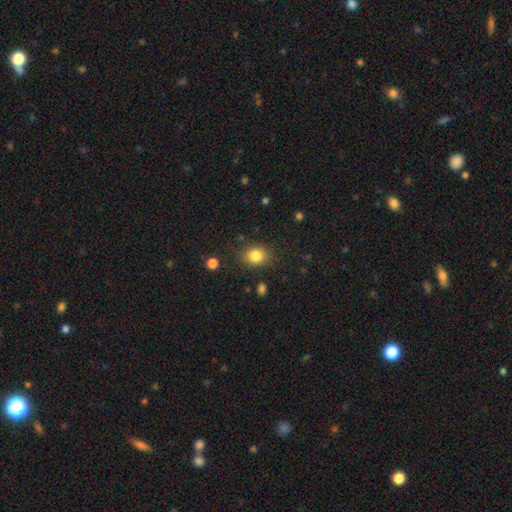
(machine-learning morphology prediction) This is clearly a smooth galaxy (83%). How rounded: likely round (62%). Merging: clearly none (83%).